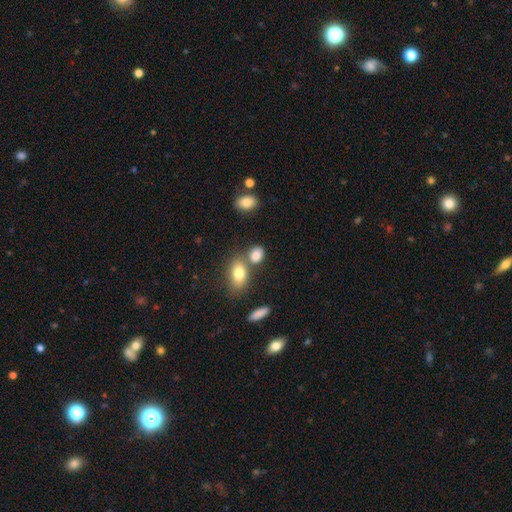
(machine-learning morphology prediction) A smooth galaxy with no disk features (82%) that is in between round and cigar-shaped (69%). Merging: none (57%).